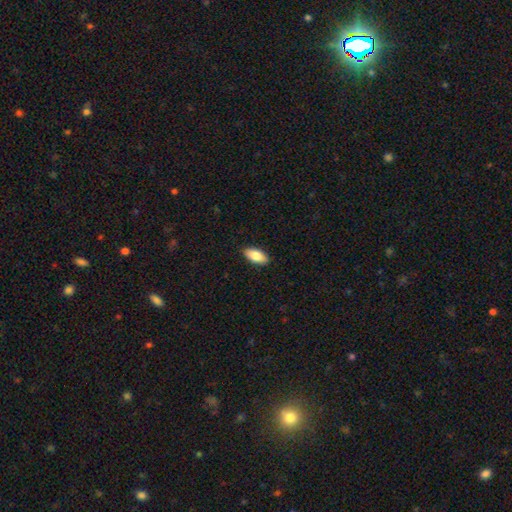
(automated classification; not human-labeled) smooth-or-featured: smooth: 85% | featured or disk: 9% | star or artifact: 6%
  how-rounded: in between: 91% | cigar-shaped: 7% | round: 2%
  merging: none: 90% | minor disturbance: 7% | major disturbance: 2% | merger: 1%